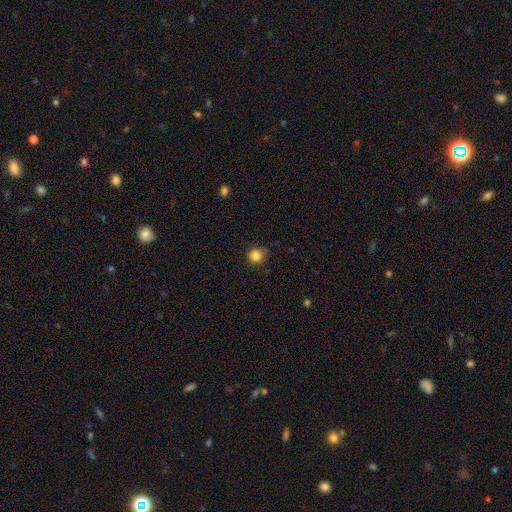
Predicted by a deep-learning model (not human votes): Smooth or featured?
  - smooth: 84% *
  - star or artifact: 12%
  - featured or disk: 5%
How rounded?
  - round: 90% *
  - in between: 9%
  - cigar-shaped: 1%
Merging?
  - none: 83% *
  - minor disturbance: 14%
  - major disturbance: 3%
  - merger: 1%